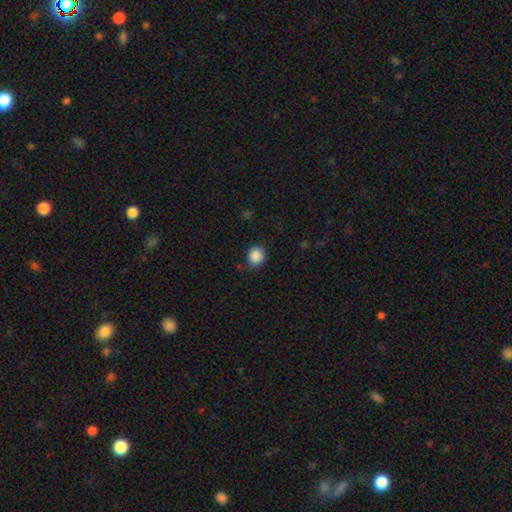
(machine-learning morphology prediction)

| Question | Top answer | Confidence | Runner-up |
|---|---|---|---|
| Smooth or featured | smooth | 88% | star or artifact (9%) |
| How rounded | round | 85% | in between (14%) |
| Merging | none | 85% | minor disturbance (11%) |